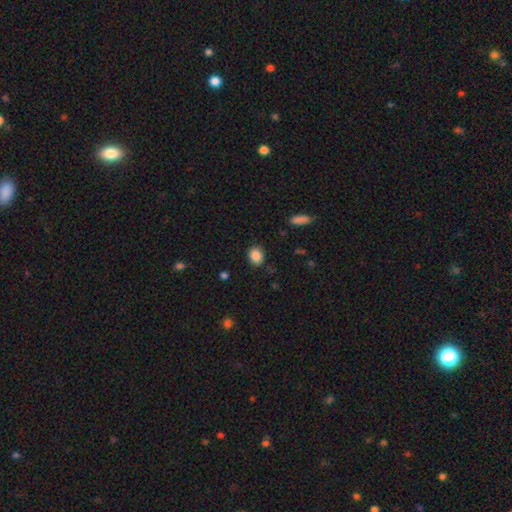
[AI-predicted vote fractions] This is clearly a smooth galaxy (87%). How rounded: possibly in between (51%). Merging: clearly none (85%).